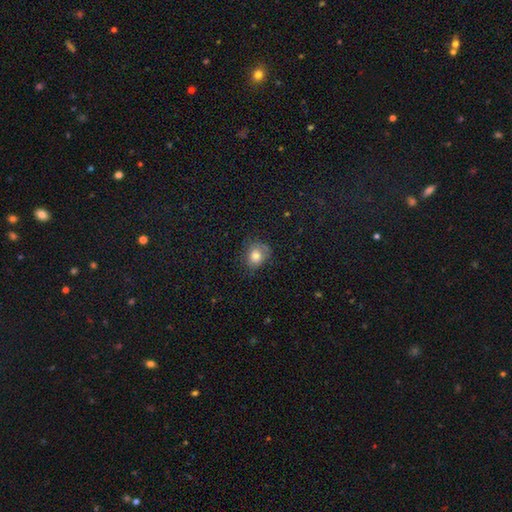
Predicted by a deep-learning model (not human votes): This is likely a smooth galaxy (79%). How rounded: likely round (63%). Merging: likely none (64%).